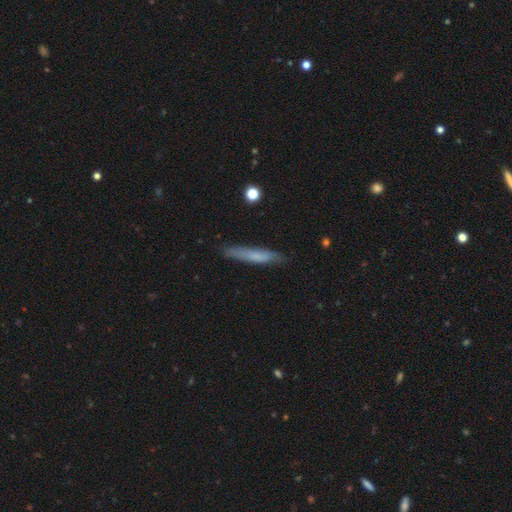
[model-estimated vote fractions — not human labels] smooth 66%, featured or disk 27%, star or artifact 7%. Down the decision tree: how rounded — cigar-shaped (92%); merging — none (83%).